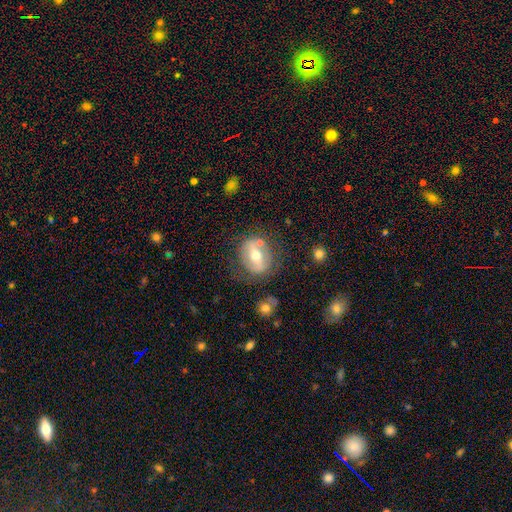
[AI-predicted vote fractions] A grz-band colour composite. It shows a featured or disk galaxy (57%). Merging: none (66%).